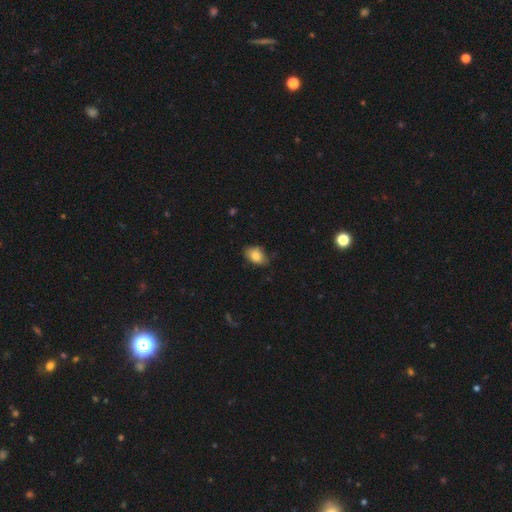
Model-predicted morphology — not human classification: smooth_or_featured: smooth (p=0.82) [alt: featured or disk p=0.09]
how_rounded: in between (p=0.84) [alt: round p=0.15]
merging: none (p=0.72) [alt: minor disturbance p=0.23]